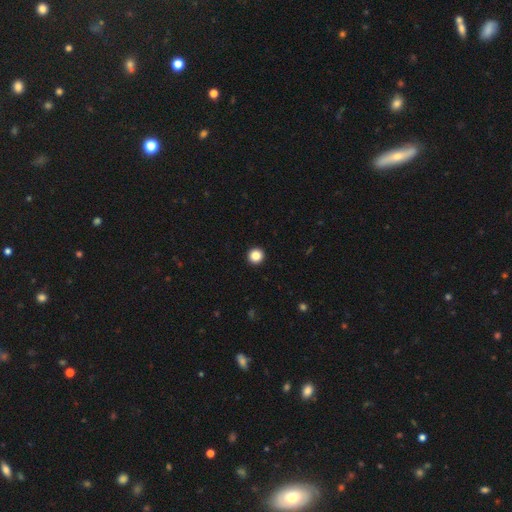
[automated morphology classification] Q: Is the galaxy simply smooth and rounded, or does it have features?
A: smooth — 86%.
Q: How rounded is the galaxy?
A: round — 96%.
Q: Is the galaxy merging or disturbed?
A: none — 94%.